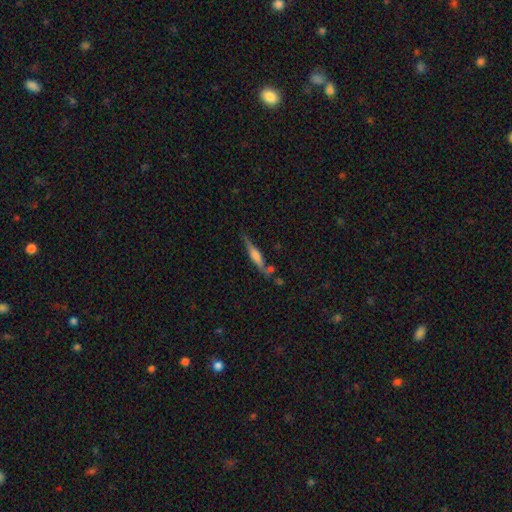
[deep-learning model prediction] Smooth or featured: featured or disk — 55% (smooth — 38%)
Edge-on disk: yes — 94% (no — 6%)
Edge-on bulge: rounded — 62% (boxy — 24%)
Merging: none — 72% (minor disturbance — 16%)